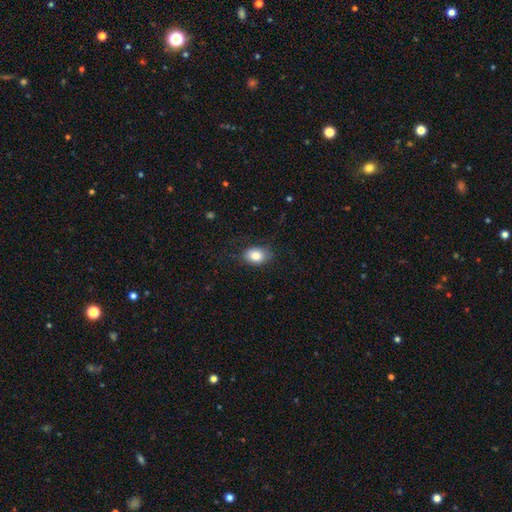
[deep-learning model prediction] smooth-or-featured: smooth: 82% | featured or disk: 10% | star or artifact: 8%
  how-rounded: in between: 76% | round: 23% | cigar-shaped: 1%
  merging: none: 77% | minor disturbance: 16% | major disturbance: 5% | merger: 1%